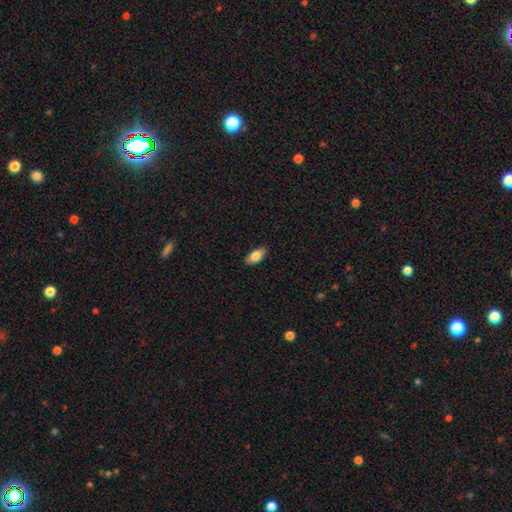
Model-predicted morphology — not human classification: type=smooth (82%); roundness=in between (89%); merging=none (85%).